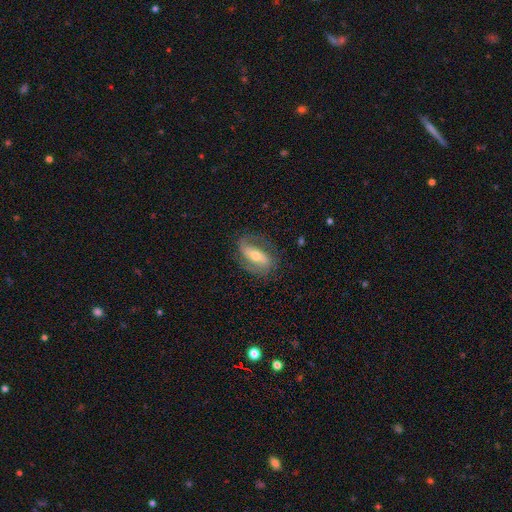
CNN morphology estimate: Smooth or featured? featured or disk (75%)
Edge-on disk? no (92%)
Bar? strong (49%)
Spiral arms? yes (89%)
Spiral winding? medium (42%)
Spiral arm count? 2 (84%)
Bulge size? moderate (53%)
Merging? none (75%)